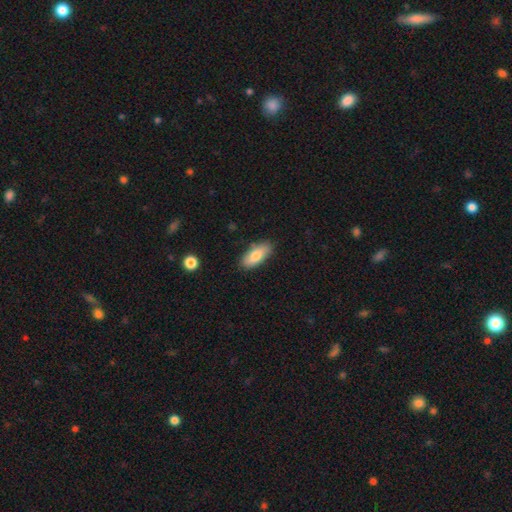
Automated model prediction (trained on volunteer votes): Smooth or featured: smooth — 80% (featured or disk — 14%)
How rounded: in between — 81% (cigar-shaped — 17%)
Merging: none — 84% (minor disturbance — 12%)